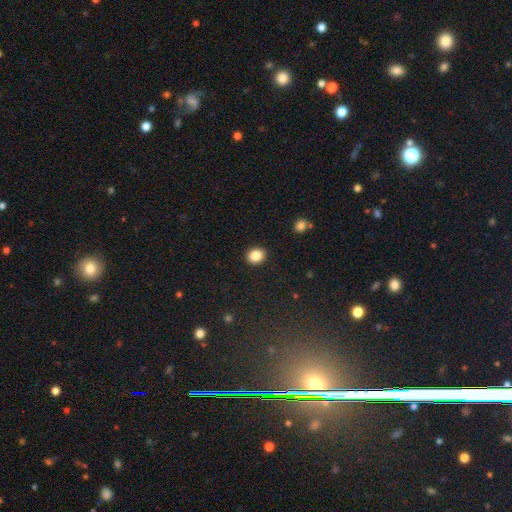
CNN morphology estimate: A smooth galaxy with no disk features (86%) that is round (66%).

Vote fractions:
- Smooth or featured? smooth: 86% / star or artifact: 10% / featured or disk: 4%
- How rounded? round: 66% / in between: 33% / cigar-shaped: 1%
- Merging? none: 91% / minor disturbance: 6% / major disturbance: 2% / merger: 1%